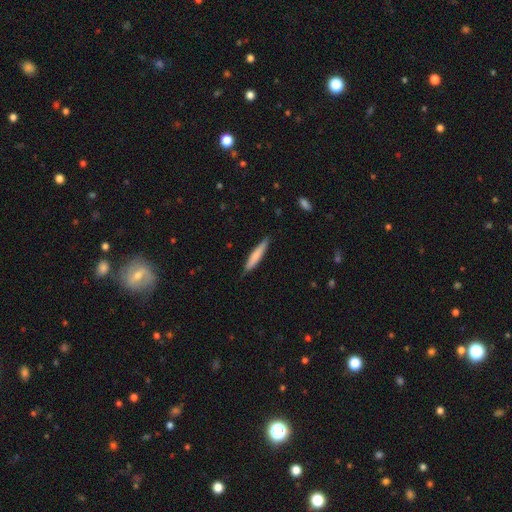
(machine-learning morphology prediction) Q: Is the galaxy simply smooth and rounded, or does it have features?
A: smooth — 76%.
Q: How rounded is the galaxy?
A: cigar-shaped — 92%.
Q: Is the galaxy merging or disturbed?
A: none — 86%.